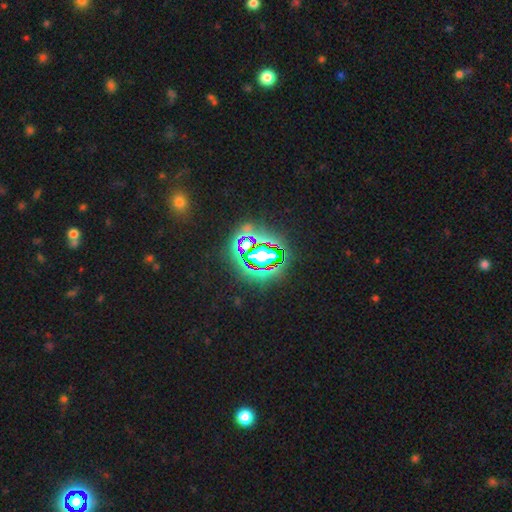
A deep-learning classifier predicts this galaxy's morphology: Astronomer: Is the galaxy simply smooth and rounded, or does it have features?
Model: star or artifact — 76%.